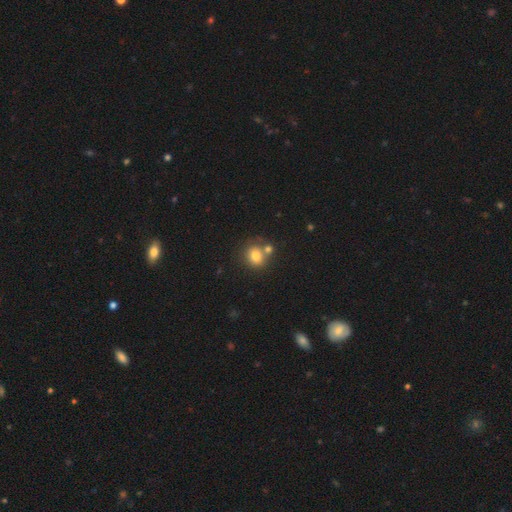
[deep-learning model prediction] smooth 79%, star or artifact 11%, featured or disk 10%. Down the decision tree: how rounded — round (76%); merging — none (57%).